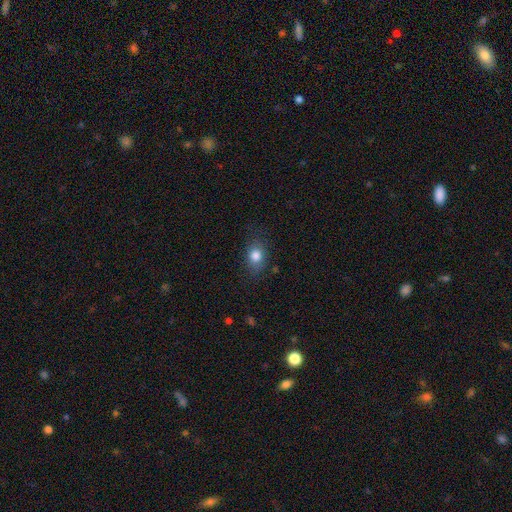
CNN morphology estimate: Smooth or featured: smooth — 82% (star or artifact — 9%)
How rounded: in between — 63% (round — 35%)
Merging: none — 75% (minor disturbance — 18%)